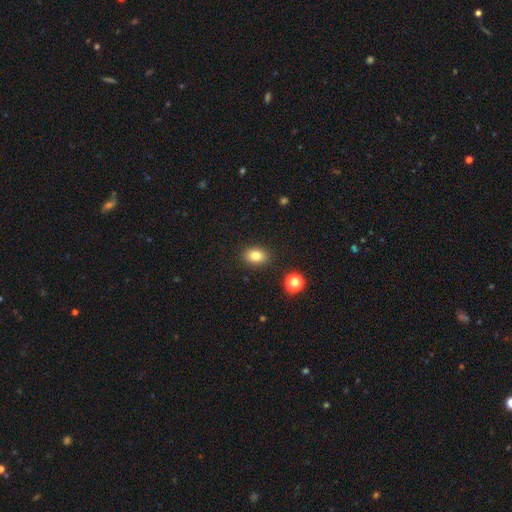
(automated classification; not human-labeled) A smooth galaxy with no disk features (82%) that is in between round and cigar-shaped (70%). Merging: none (87%).